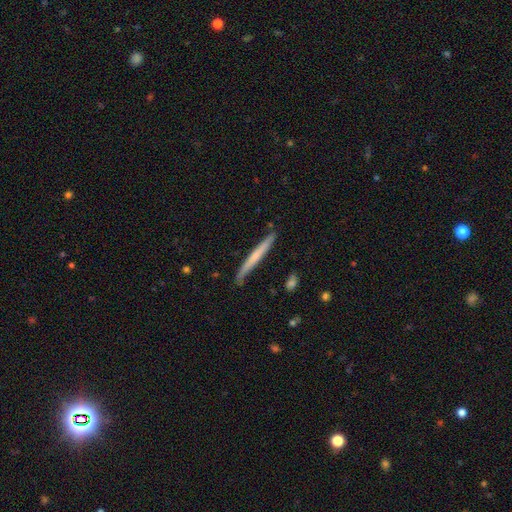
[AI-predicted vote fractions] Smooth or featured?
  - smooth: 52% *
  - featured or disk: 43%
  - star or artifact: 5%
How rounded?
  - cigar-shaped: 97% *
  - in between: 2%
  - round: 1%
Merging?
  - none: 82% *
  - minor disturbance: 14%
  - major disturbance: 2%
  - merger: 2%